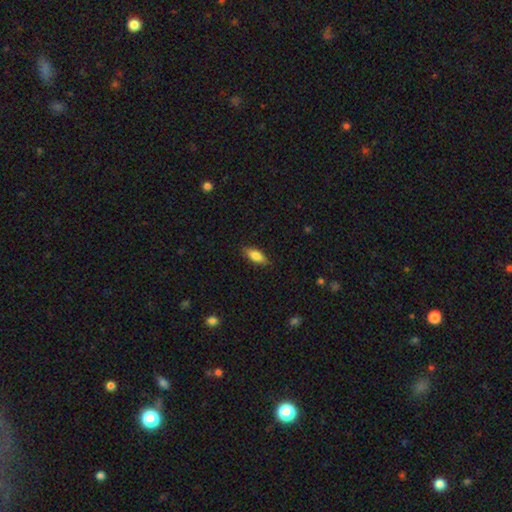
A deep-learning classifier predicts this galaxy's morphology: smooth_or_featured: smooth (p=0.79) [alt: featured or disk p=0.14]
how_rounded: in between (p=0.75) [alt: cigar-shaped p=0.23]
merging: none (p=0.83) [alt: minor disturbance p=0.13]